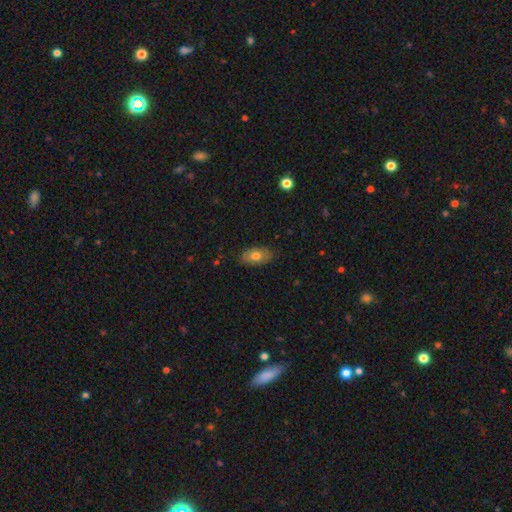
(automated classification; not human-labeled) A smooth galaxy with no disk features (69%) that is in between round and cigar-shaped (91%). Merging: none (82%).